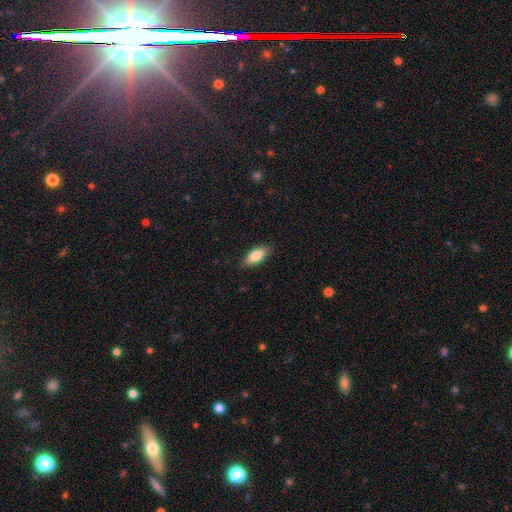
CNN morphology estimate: smooth 83%, featured or disk 11%, star or artifact 6%. Down the decision tree: how rounded — in between (83%); merging — none (85%).